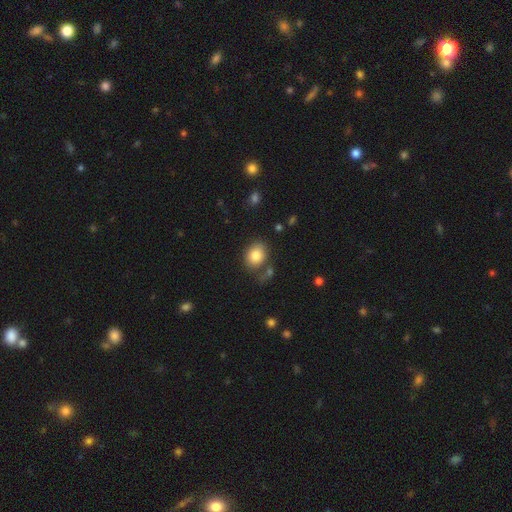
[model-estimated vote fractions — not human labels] This appears to be a smooth galaxy with no disk features (83%) that is in between round and cigar-shaped (52%). Merging: none (70%).